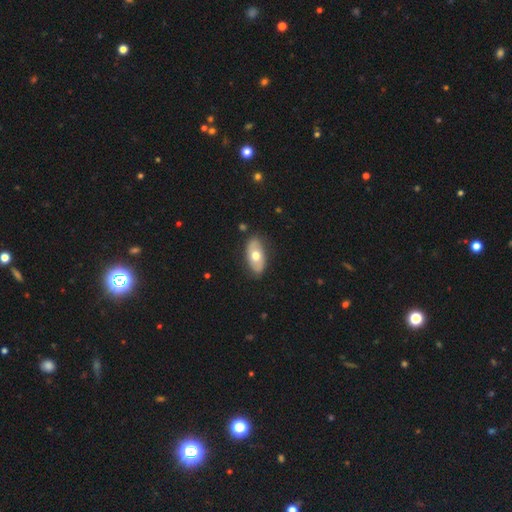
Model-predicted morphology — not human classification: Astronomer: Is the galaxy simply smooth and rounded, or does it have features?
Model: smooth — 53% (runner-up: featured or disk, 42%).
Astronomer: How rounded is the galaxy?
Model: in between — 91%.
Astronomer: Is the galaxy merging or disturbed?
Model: none — 83%.